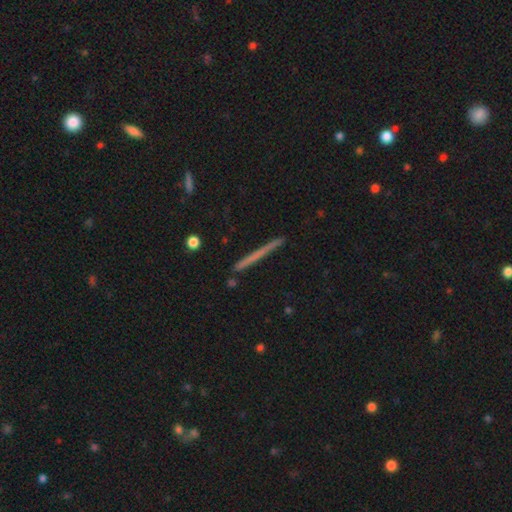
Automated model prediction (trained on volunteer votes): Smooth or featured: smooth — 48% (featured or disk — 45%)
Merging: none — 90% (minor disturbance — 7%)